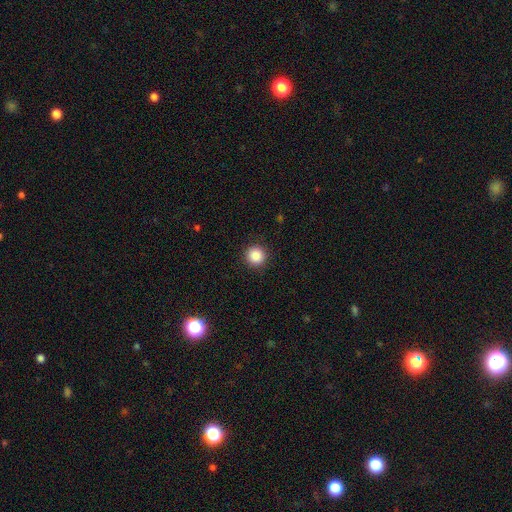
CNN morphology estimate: A smooth galaxy with no disk features (87%) that is round (95%). Merging: none (92%).